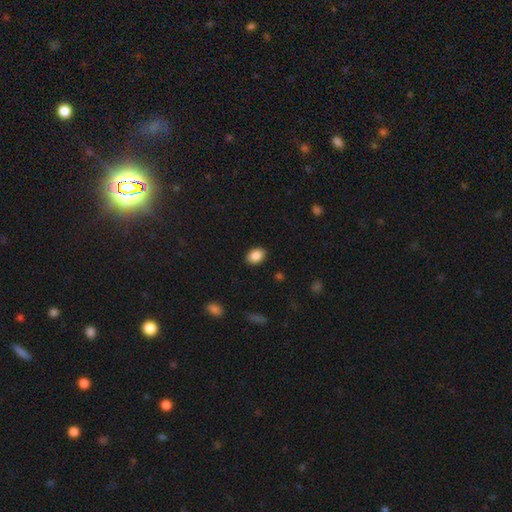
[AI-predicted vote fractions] Morphology: type=smooth (88%); roundness=in between (79%); merging=none (87%).